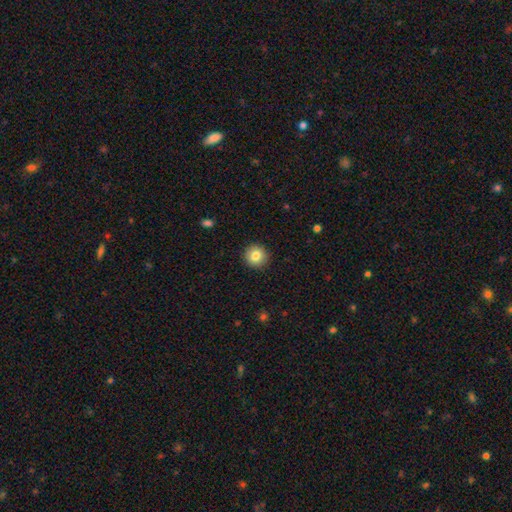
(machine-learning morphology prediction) This appears to be a smooth galaxy with no disk features (83%) that is round (94%). Merging: none (92%).